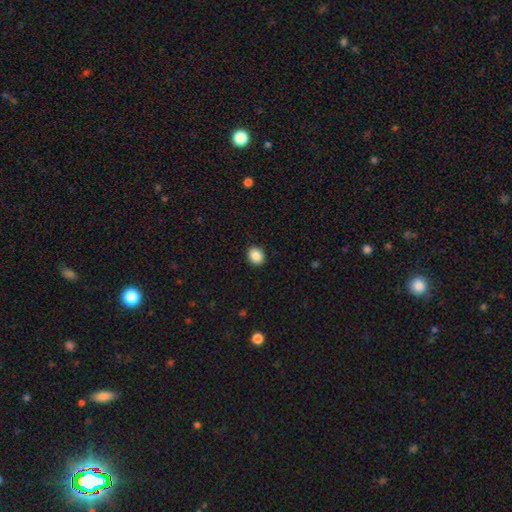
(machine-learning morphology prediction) Smooth or featured? smooth (88%)
How rounded? round (59%)
Merging? none (90%)